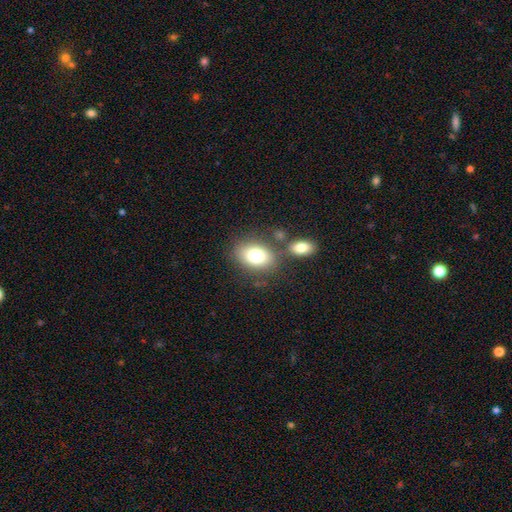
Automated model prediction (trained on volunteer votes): This is likely a smooth galaxy (78%). How rounded: likely in between (79%). Merging: likely none (68%).